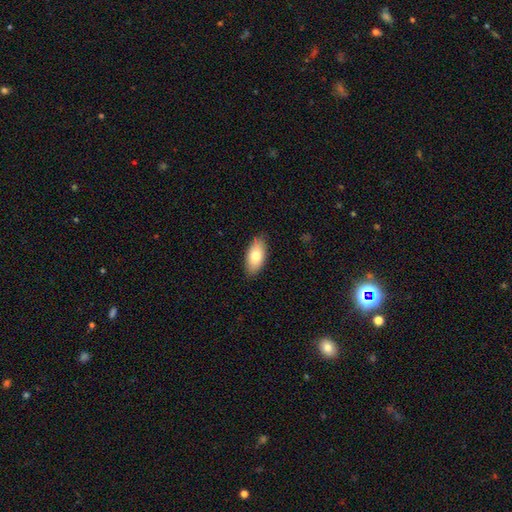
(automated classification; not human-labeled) Smooth or featured? Predicted: smooth (p=0.75). How rounded? Predicted: in between (p=0.91). Merging? Predicted: none (p=0.86).